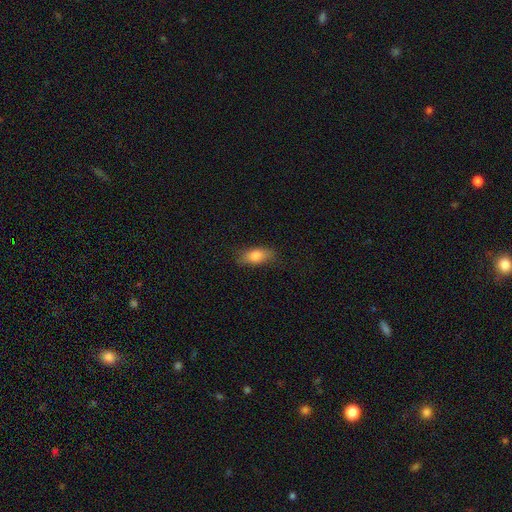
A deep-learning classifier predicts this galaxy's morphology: This is clearly a smooth galaxy (80%). How rounded: clearly in between (82%). Merging: likely none (79%).